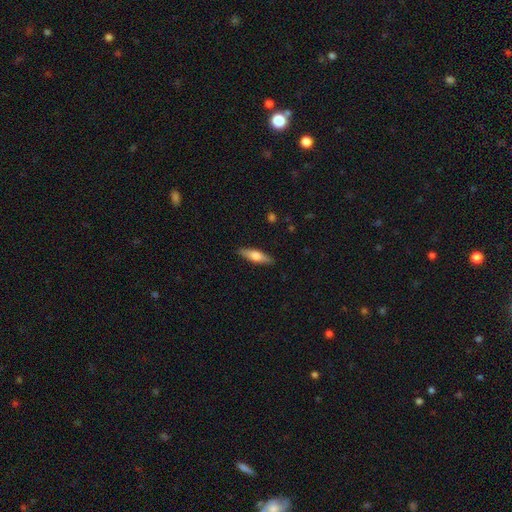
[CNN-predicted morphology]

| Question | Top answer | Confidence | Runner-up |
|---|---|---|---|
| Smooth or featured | smooth | 56% | featured or disk (38%) |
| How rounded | cigar-shaped | 62% | in between (36%) |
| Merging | none | 89% | minor disturbance (8%) |